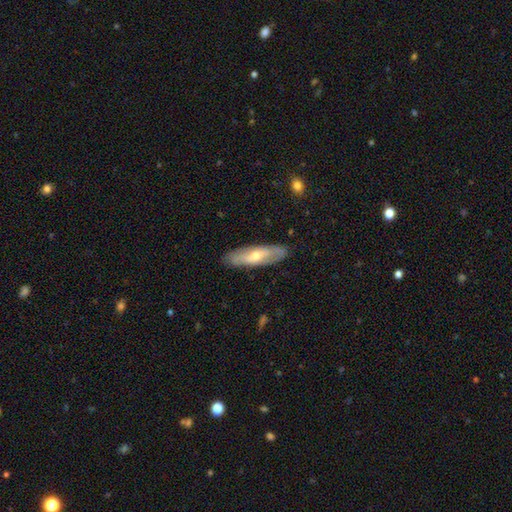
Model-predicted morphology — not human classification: Smooth or featured? Predicted: featured or disk (p=0.58). Edge-on disk? Predicted: no (p=0.62). Merging? Predicted: none (p=0.85).